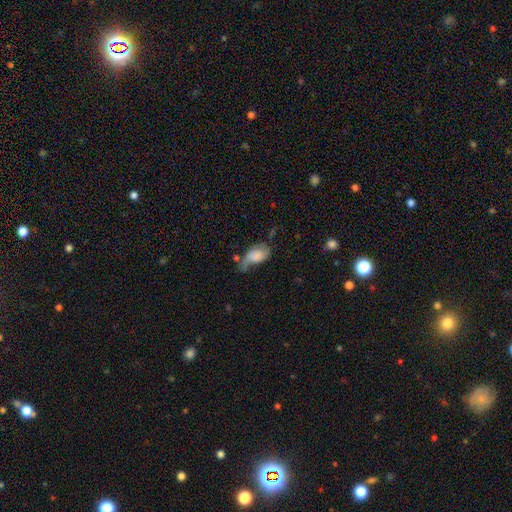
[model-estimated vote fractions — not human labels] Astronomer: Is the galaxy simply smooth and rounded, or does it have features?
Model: smooth — 62%.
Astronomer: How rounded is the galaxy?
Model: in between — 91%.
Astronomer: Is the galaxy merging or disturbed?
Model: major disturbance — 34% (runner-up: minor disturbance, 33%).